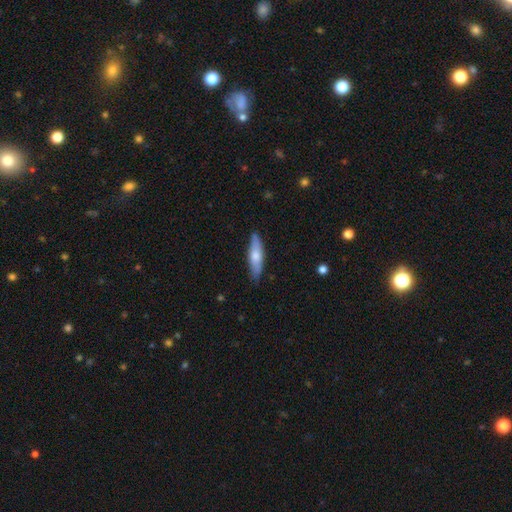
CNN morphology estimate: Smooth or featured? Predicted: smooth (p=0.64). How rounded? Predicted: cigar-shaped (p=0.62). Merging? Predicted: none (p=0.85).